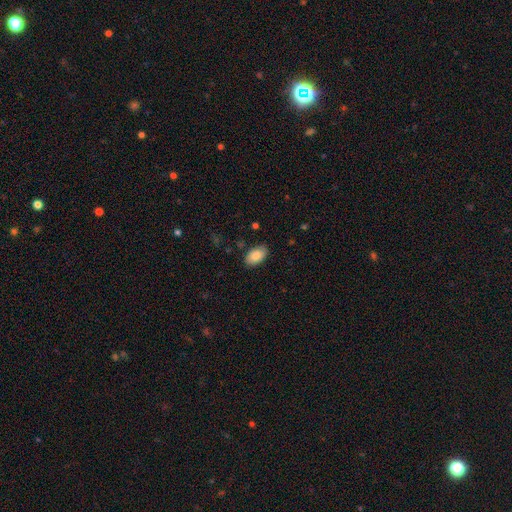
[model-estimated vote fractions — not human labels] Morphology: type=smooth (88%); roundness=in between (94%); merging=none (85%).